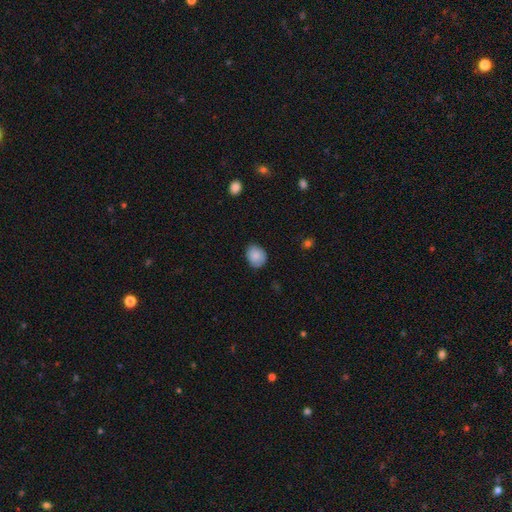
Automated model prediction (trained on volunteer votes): Smooth or featured? smooth (84%)
How rounded? round (55%)
Merging? none (78%)